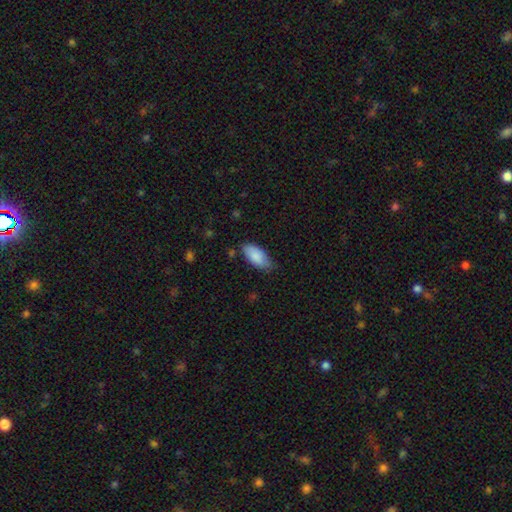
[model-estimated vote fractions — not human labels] The model was most divided on "merging": none: 72%, minor disturbance: 23%, major disturbance: 4%, merger: 2%. More confident: how rounded — in between (91%); smooth or featured — smooth (87%).